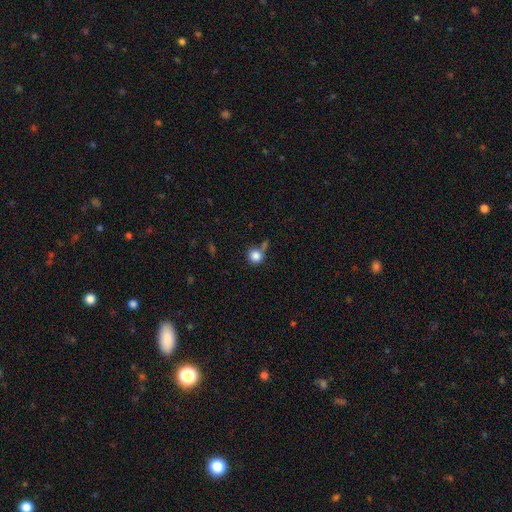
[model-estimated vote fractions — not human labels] A smooth galaxy with no disk features (85%) that is round (89%).

Vote fractions:
- Smooth or featured? smooth: 85% / star or artifact: 10% / featured or disk: 5%
- How rounded? round: 89% / in between: 10% / cigar-shaped: 1%
- Merging? none: 61% / merger: 18% / minor disturbance: 15% / major disturbance: 6%